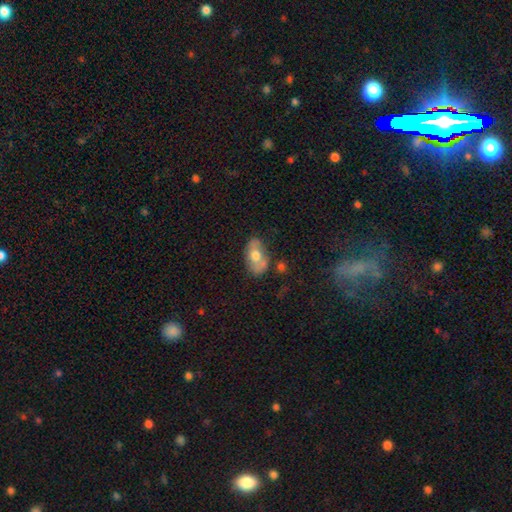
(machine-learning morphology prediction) Q: Smooth or featured?
A: smooth (59%); runner-up: featured or disk (34%)
Q: How rounded?
A: in between (90%); runner-up: round (8%)
Q: Merging?
A: none (61%); runner-up: minor disturbance (22%)